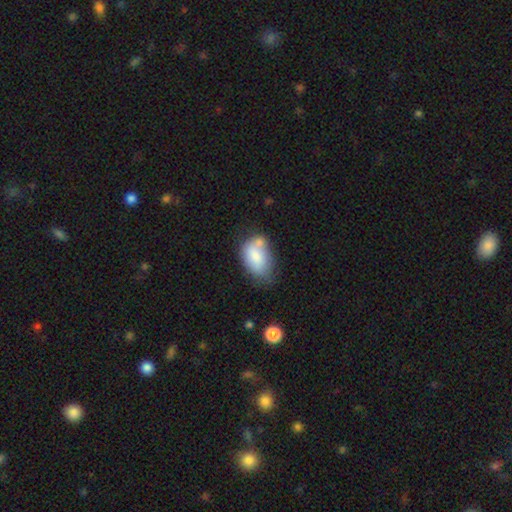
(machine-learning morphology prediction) Smooth or featured? Predicted: smooth (p=0.75). How rounded? Predicted: in between (p=0.89). Merging? Predicted: none (p=0.37).